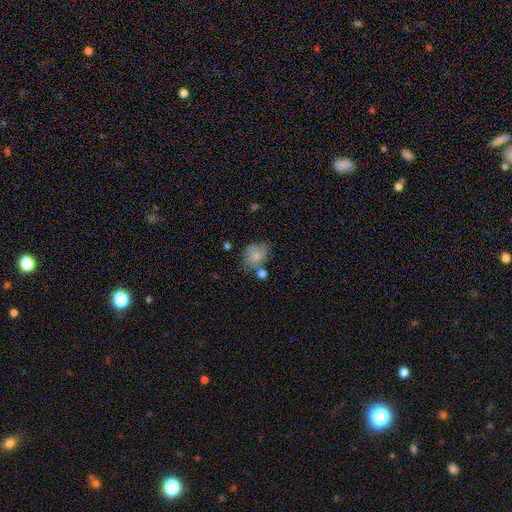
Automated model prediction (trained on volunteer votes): Q: Smooth or featured?
A: smooth (59%); runner-up: featured or disk (31%)
Q: How rounded?
A: in between (51%); runner-up: round (48%)
Q: Merging?
A: none (49%); runner-up: minor disturbance (25%)